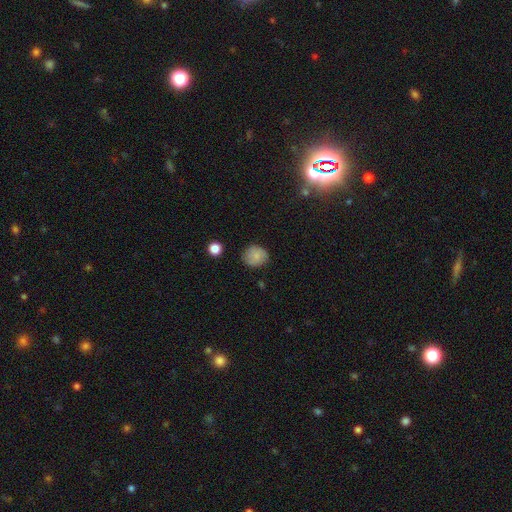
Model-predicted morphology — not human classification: smooth-or-featured: smooth: 76% | featured or disk: 15% | star or artifact: 9%
  how-rounded: round: 81% | in between: 18% | cigar-shaped: 1%
  merging: none: 80% | minor disturbance: 16% | major disturbance: 3% | merger: 1%